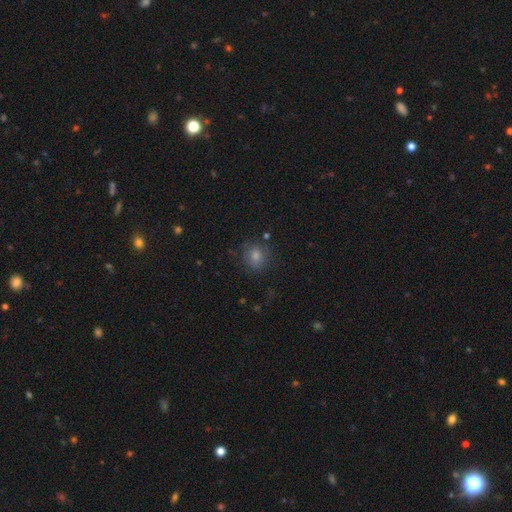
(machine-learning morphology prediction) A smooth galaxy with no disk features (69%) that is round (77%). Merging: none (81%).